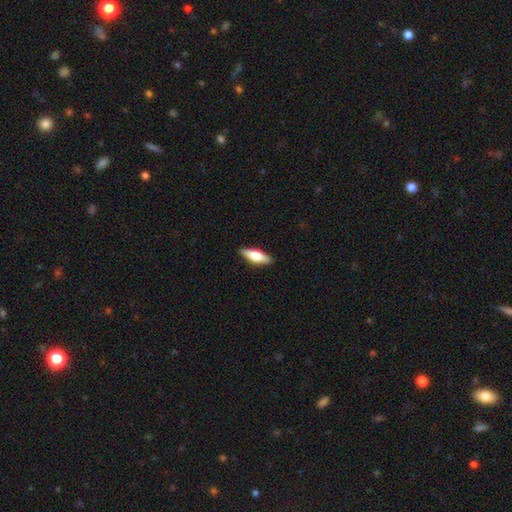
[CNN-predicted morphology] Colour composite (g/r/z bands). It shows a smooth galaxy with no disk features (62%) that is in between round and cigar-shaped (55%). Merging: none (89%).